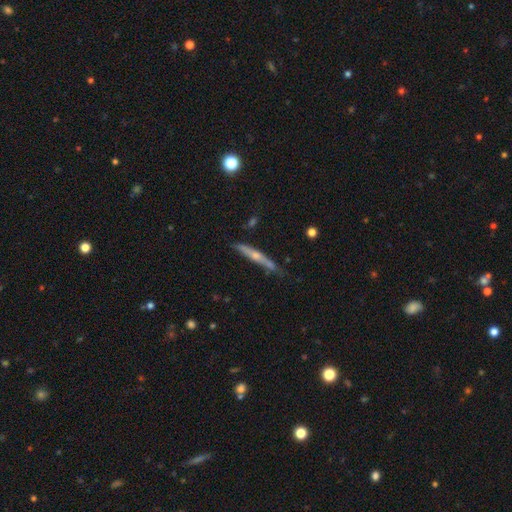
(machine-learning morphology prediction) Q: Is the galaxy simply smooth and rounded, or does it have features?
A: featured or disk — 62%.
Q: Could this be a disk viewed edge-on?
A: yes — 95%.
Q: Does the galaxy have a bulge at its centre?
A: rounded — 76%.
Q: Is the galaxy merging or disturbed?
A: none — 78%.